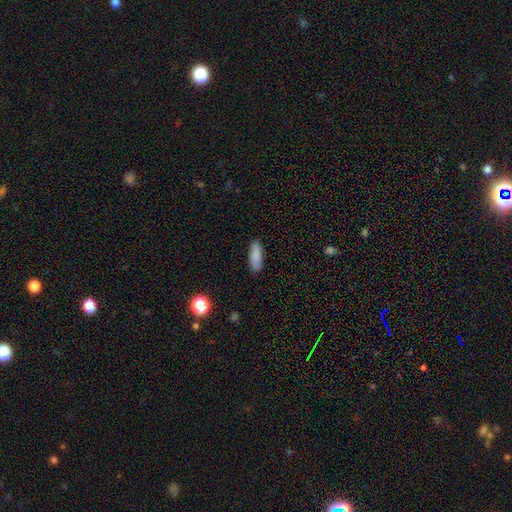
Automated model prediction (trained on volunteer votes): Smooth or featured? Predicted: smooth (p=0.87). How rounded? Predicted: cigar-shaped (p=0.50). Merging? Predicted: none (p=0.88).